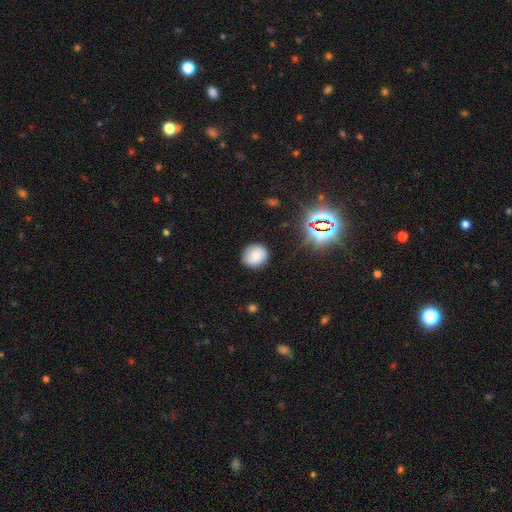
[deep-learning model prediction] Smooth or featured? smooth (76%)
How rounded? round (76%)
Merging? none (82%)